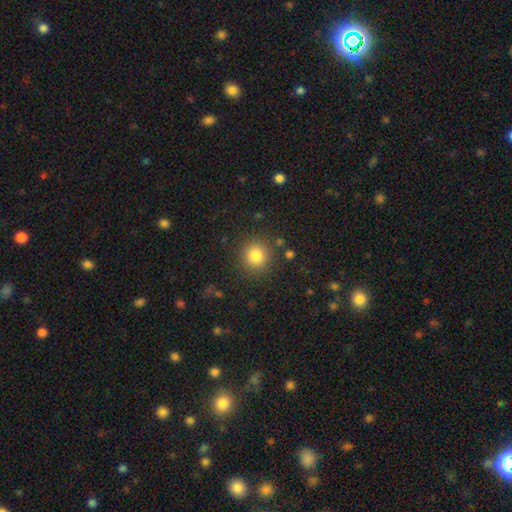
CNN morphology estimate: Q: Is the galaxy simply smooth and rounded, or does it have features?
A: smooth — 82%.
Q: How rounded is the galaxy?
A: round — 91%.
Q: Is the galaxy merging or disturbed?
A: none — 87%.